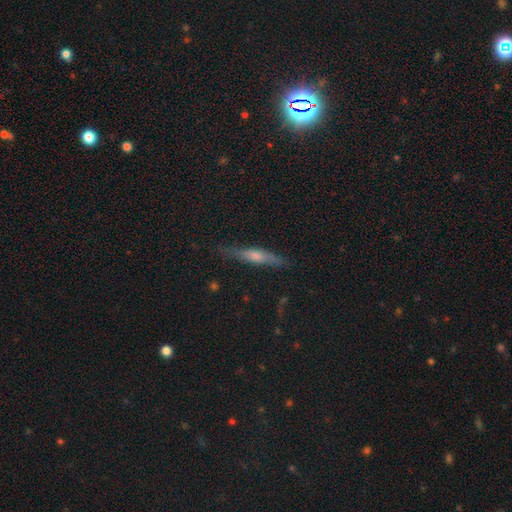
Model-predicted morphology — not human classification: The model was most divided on "smooth or featured": featured or disk: 58%, smooth: 32%, star or artifact: 10%. More confident: edge-on disk — yes (94%); merging — none (85%); edge-on bulge — rounded (71%).